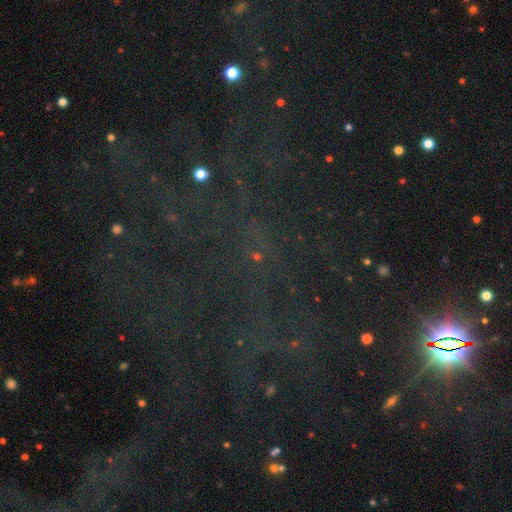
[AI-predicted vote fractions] Smooth or featured? Predicted: star or artifact (p=0.77).